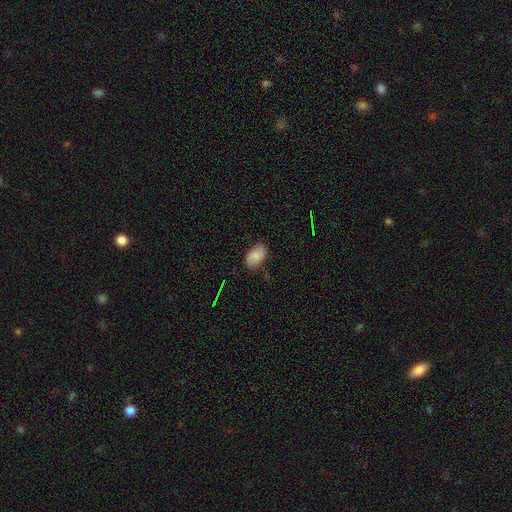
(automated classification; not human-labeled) Smooth or featured? smooth (76%)
How rounded? in between (90%)
Merging? none (72%)